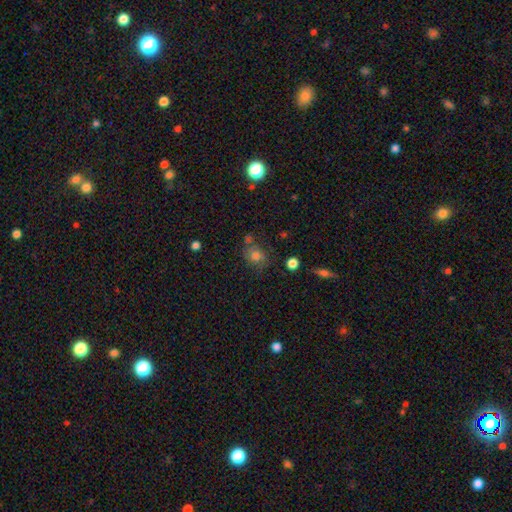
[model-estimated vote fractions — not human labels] smooth 70%, star or artifact 15%, featured or disk 14%. Down the decision tree: how rounded — round (65%); merging — none (61%).